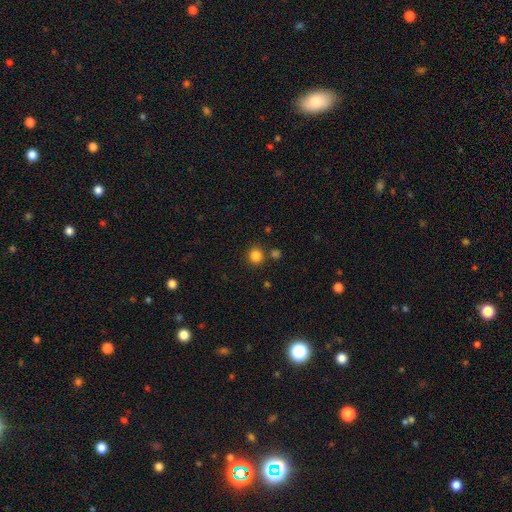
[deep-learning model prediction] Overall: smooth (84%). How rounded: round (90%). Merging: none (82%).